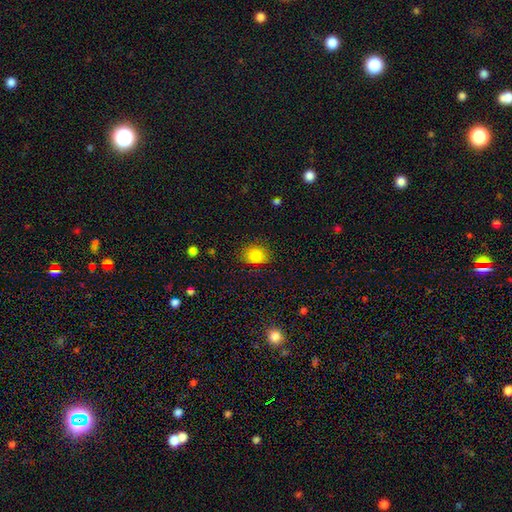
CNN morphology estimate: Smooth or featured? smooth (84%)
How rounded? in between (57%)
Merging? none (80%)